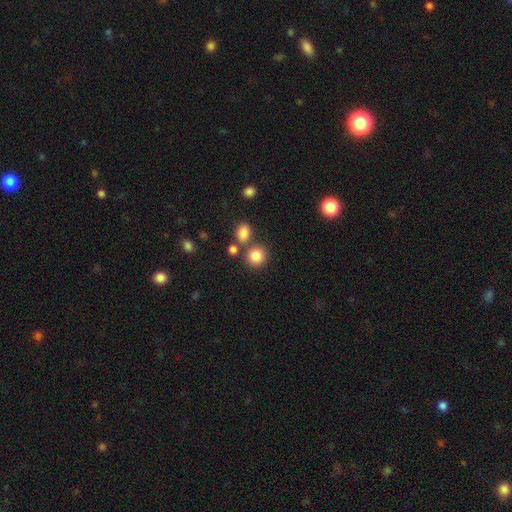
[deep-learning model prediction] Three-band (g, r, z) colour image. It shows a smooth galaxy with no disk features (83%) that is round (87%). Merging: none (72%).